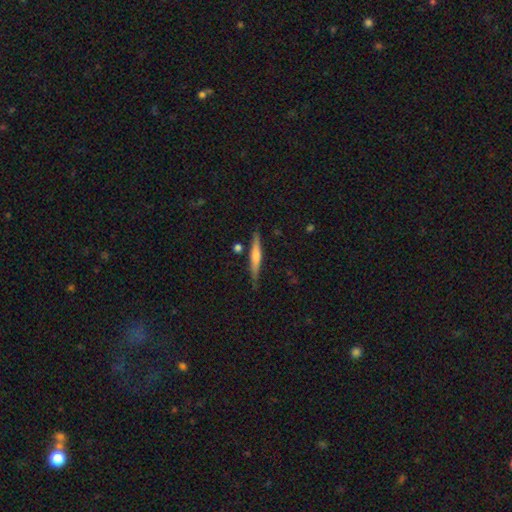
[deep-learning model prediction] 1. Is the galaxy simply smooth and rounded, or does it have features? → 52% featured or disk, 42% smooth, 6% star or artifact.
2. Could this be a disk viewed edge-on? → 96% yes, 4% no.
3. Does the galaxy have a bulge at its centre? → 57% rounded, 27% none, 16% boxy.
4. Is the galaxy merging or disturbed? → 83% none, 12% minor disturbance, 3% merger, 2% major disturbance.